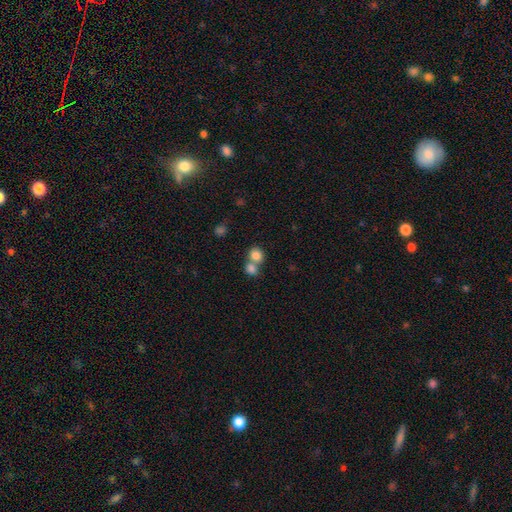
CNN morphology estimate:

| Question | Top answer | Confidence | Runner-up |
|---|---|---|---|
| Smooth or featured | smooth | 82% | star or artifact (10%) |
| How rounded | round | 76% | in between (23%) |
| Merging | merger | 55% | none (36%) |